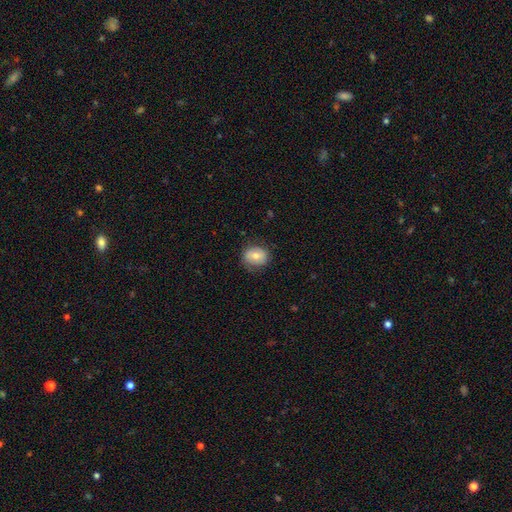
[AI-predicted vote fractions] The model was most divided on "how rounded": round: 59%, in between: 40%, cigar-shaped: 1%. More confident: merging — none (78%); smooth or featured — smooth (69%).